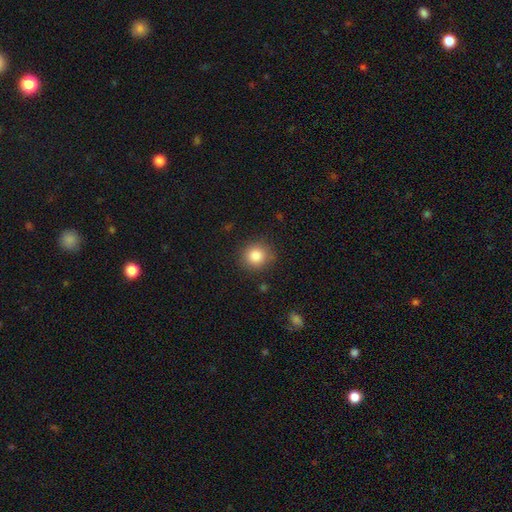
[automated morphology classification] The model was most divided on "smooth or featured": smooth: 84%, star or artifact: 10%, featured or disk: 6%. More confident: how rounded — round (90%); merging — none (86%).